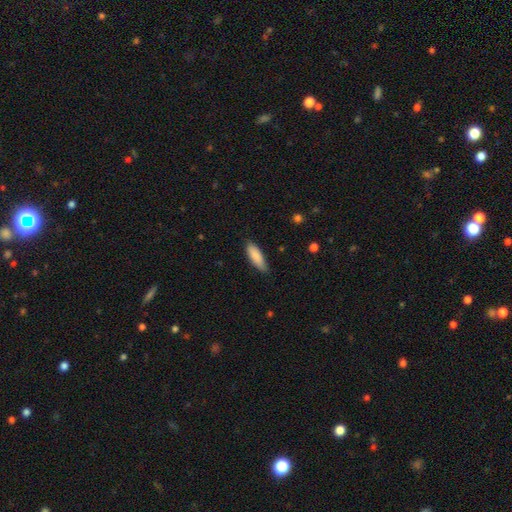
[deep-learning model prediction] Smooth or featured? smooth (87%)
How rounded? in between (53%)
Merging? none (81%)